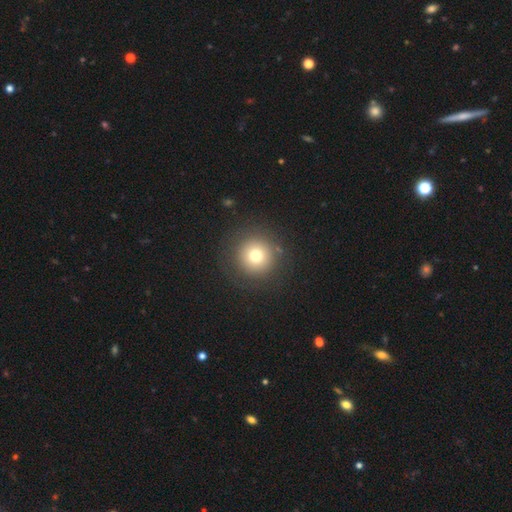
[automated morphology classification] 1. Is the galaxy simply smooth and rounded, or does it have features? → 74% smooth, 13% star or artifact, 12% featured or disk.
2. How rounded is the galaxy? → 96% round, 3% in between, 1% cigar-shaped.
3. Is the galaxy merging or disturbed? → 87% none, 8% minor disturbance, 4% major disturbance, 2% merger.